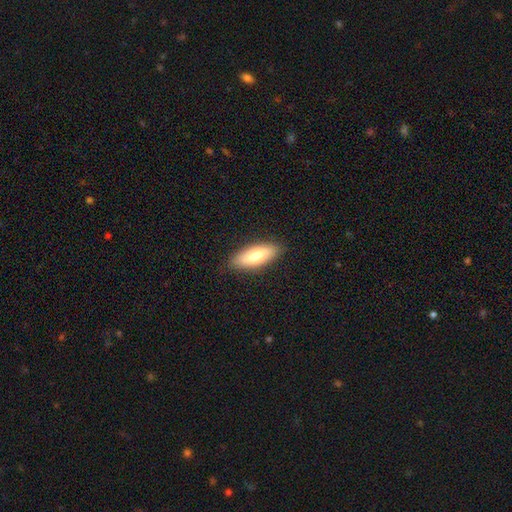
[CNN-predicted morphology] smooth 73%, featured or disk 20%, star or artifact 6%. Down the decision tree: how rounded — in between (70%); merging — none (88%).